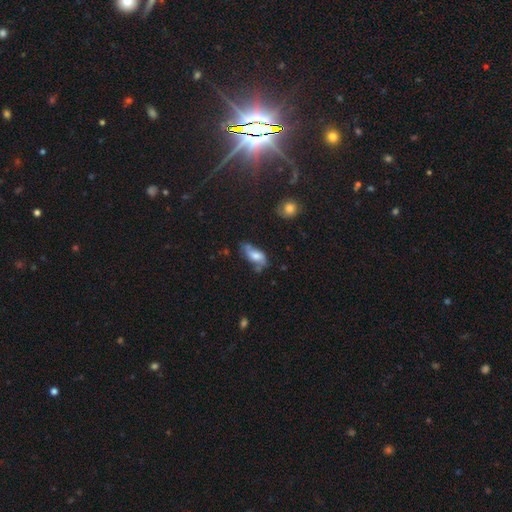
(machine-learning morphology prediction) A smooth galaxy with no disk features (58%) that is in between round and cigar-shaped (83%). Merging: none (45%).